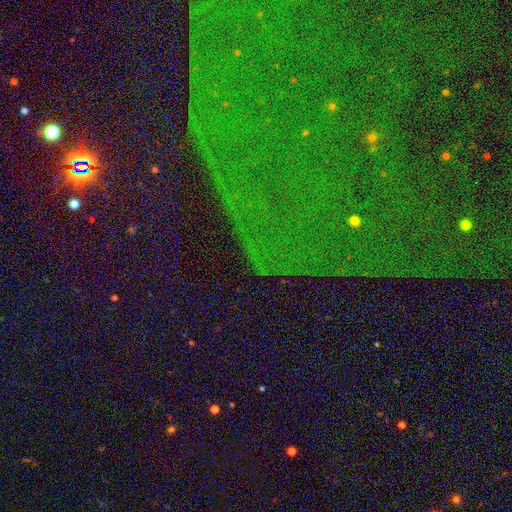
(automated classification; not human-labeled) Smooth or featured: star or artifact — 87% (featured or disk — 7%)